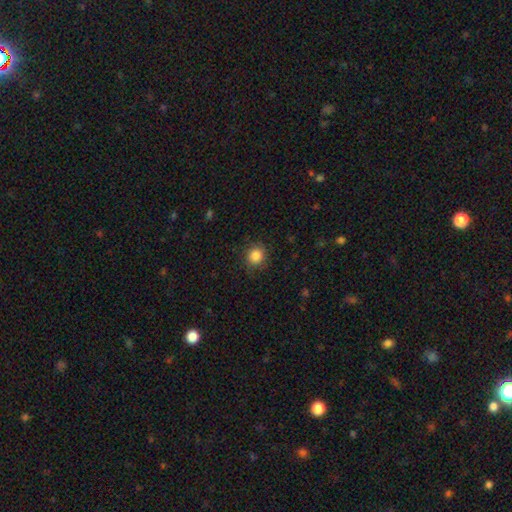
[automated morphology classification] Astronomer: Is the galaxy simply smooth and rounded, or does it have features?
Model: smooth — 85%.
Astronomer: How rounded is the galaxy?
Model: round — 85%.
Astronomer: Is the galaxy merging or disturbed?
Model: none — 87%.